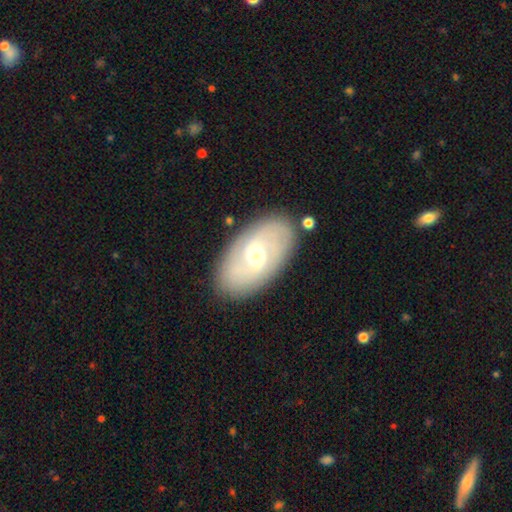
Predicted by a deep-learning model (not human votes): smooth-or-featured: featured or disk: 66% | smooth: 28% | star or artifact: 6%
  disk-edge-on: no: 93% | yes: 7%
    bar: weak: 53% | no: 35% | strong: 12%
    has-spiral-arms: yes: 78% | no: 22%
    bulge-size: moderate: 67% | small: 25% | large: 6% | none: 1% | dominant: 1%
  merging: none: 85% | minor disturbance: 10% | major disturbance: 3% | merger: 2%